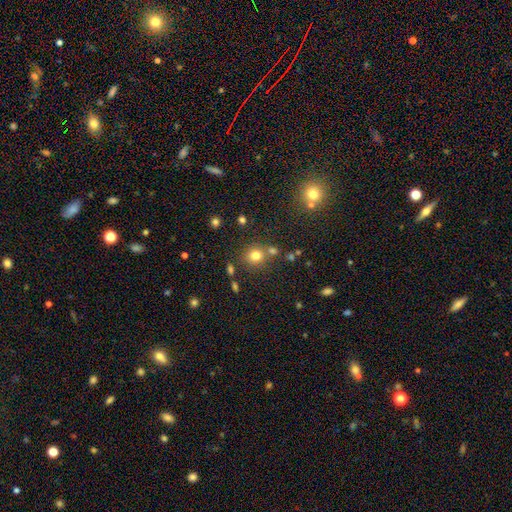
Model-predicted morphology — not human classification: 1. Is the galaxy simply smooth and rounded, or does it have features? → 77% smooth, 16% star or artifact, 8% featured or disk.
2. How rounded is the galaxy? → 86% round, 13% in between, 1% cigar-shaped.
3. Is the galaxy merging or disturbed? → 71% none, 15% merger, 10% minor disturbance, 4% major disturbance.